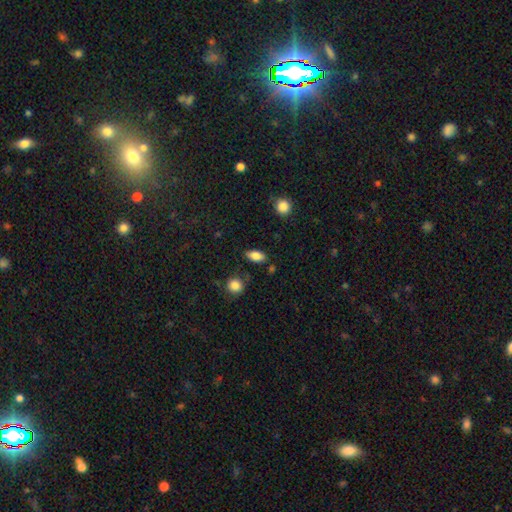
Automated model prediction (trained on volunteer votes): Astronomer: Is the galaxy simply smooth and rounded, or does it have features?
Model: smooth — 83%.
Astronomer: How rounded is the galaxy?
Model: in between — 88%.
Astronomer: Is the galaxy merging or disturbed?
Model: none — 81%.